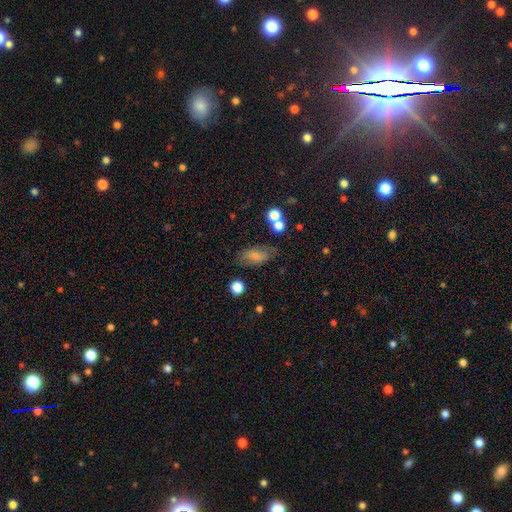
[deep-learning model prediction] Smooth or featured?
  - smooth: 70% *
  - featured or disk: 21%
  - star or artifact: 9%
How rounded?
  - in between: 86% *
  - cigar-shaped: 7%
  - round: 7%
Merging?
  - none: 67% *
  - minor disturbance: 20%
  - major disturbance: 7%
  - merger: 6%